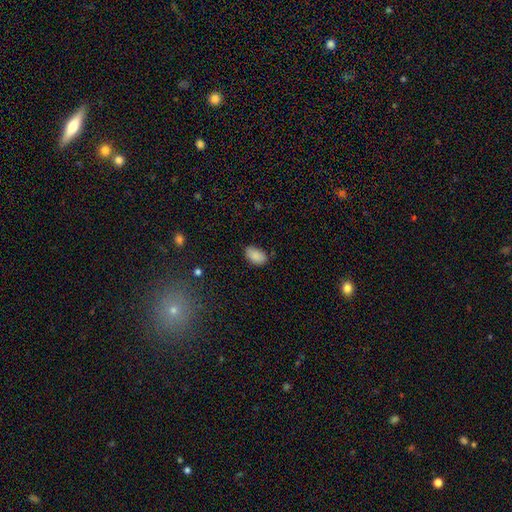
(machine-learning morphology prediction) A smooth galaxy with no disk features (88%) that is in between round and cigar-shaped (92%).

Vote fractions:
- Smooth or featured? smooth: 88% / star or artifact: 8% / featured or disk: 4%
- How rounded? in between: 92% / round: 7% / cigar-shaped: 1%
- Merging? none: 76% / minor disturbance: 19% / major disturbance: 3% / merger: 2%